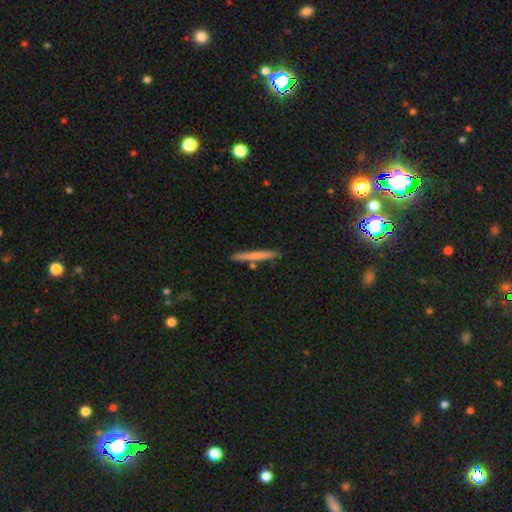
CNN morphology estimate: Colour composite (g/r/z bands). It shows a smooth galaxy with no disk features (64%) that is cigar-shaped (96%). Merging: none (86%).